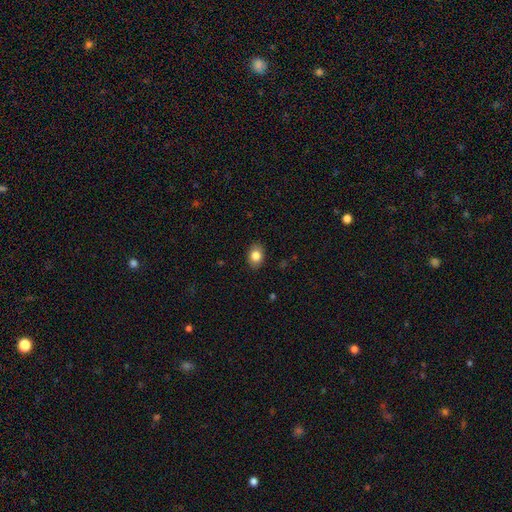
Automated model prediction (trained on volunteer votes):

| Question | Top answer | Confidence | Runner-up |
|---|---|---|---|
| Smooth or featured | smooth | 83% | featured or disk (9%) |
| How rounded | in between | 73% | round (26%) |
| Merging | none | 88% | minor disturbance (9%) |